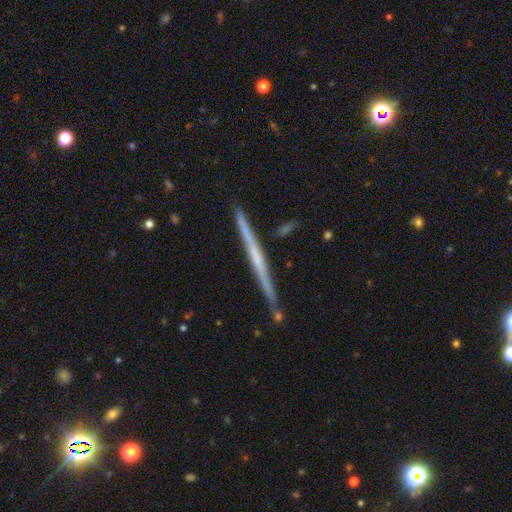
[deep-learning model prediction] Smooth or featured?
  - featured or disk: 69% *
  - smooth: 25%
  - star or artifact: 6%
Edge-on disk?
  - yes: 98% *
  - no: 2%
Edge-on bulge?
  - none: 74% *
  - rounded: 19%
  - boxy: 7%
Merging?
  - none: 88% *
  - minor disturbance: 8%
  - merger: 2%
  - major disturbance: 1%